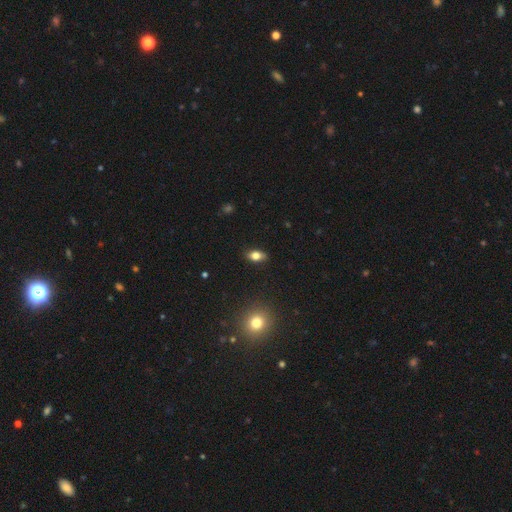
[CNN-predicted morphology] Smooth or featured: smooth — 77% (featured or disk — 14%)
How rounded: in between — 84% (round — 11%)
Merging: none — 86% (minor disturbance — 11%)